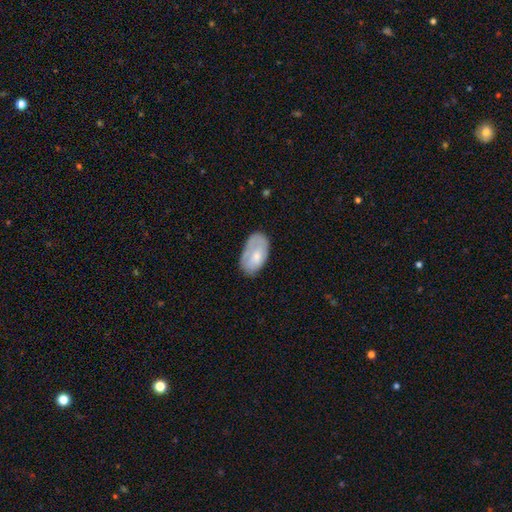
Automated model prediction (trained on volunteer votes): smooth_or_featured: smooth (p=0.63) [alt: featured or disk p=0.30]
how_rounded: in between (p=0.93) [alt: round p=0.05]
merging: none (p=0.57) [alt: minor disturbance p=0.30]